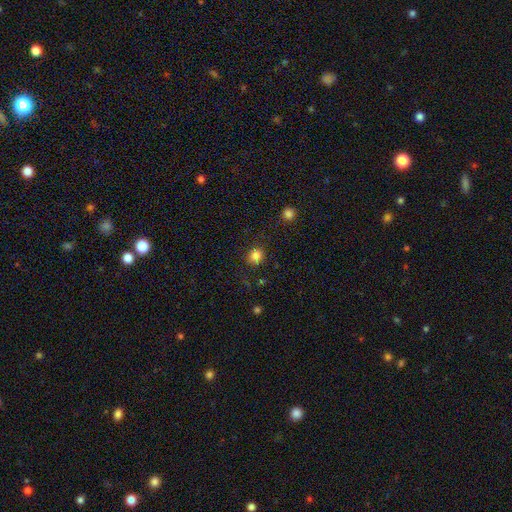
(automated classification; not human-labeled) smooth 83%, star or artifact 12%, featured or disk 5%. Down the decision tree: how rounded — round (83%); merging — none (86%).